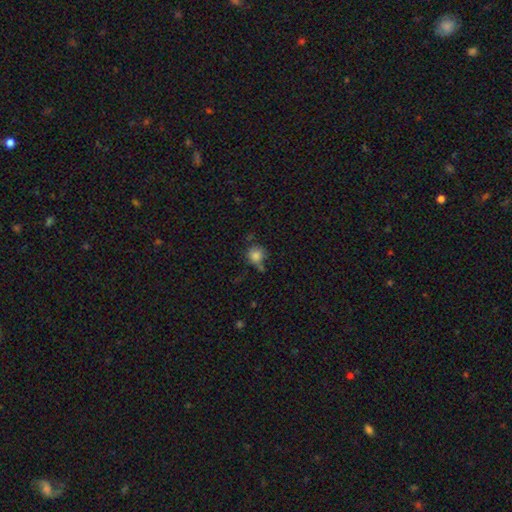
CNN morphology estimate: Smooth or featured: smooth — 83% (star or artifact — 11%)
How rounded: round — 87% (in between — 12%)
Merging: none — 56% (minor disturbance — 22%)